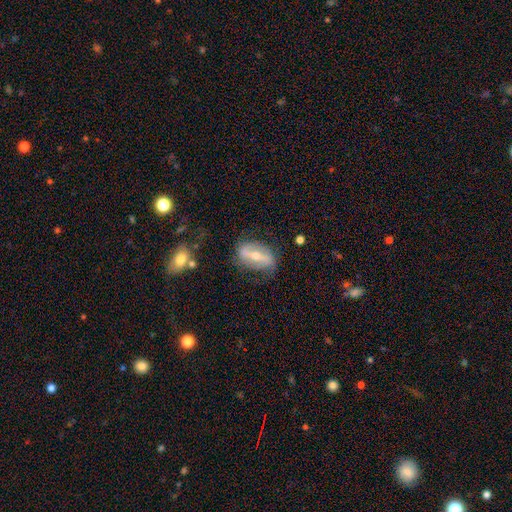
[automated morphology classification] A featured or disk galaxy (70%) with a strong bar (65%), spiral arms (66%) and a moderate central bulge (50%).

Vote fractions:
- Smooth or featured? featured or disk: 70% / smooth: 23% / star or artifact: 7%
- Edge-on disk? no: 86% / yes: 14%
- Bar? strong: 65% / weak: 22% / no: 13%
- Spiral arms? yes: 66% / no: 34%
- Bulge size? moderate: 50% / small: 46% / large: 2% / none: 1% / dominant: 1%
- Merging? none: 67% / minor disturbance: 22% / major disturbance: 9% / merger: 2%